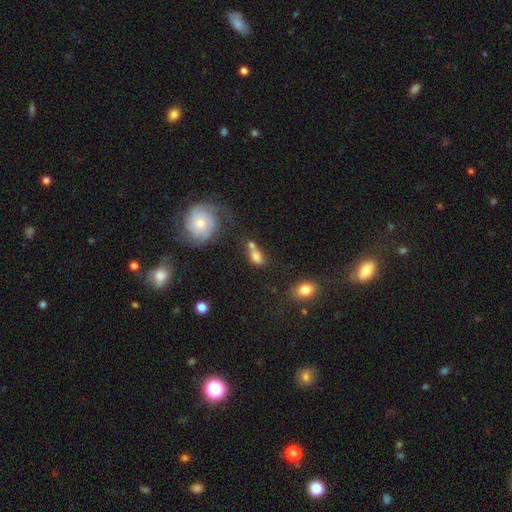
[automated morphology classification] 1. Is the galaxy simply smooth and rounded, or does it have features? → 62% smooth, 27% featured or disk, 11% star or artifact.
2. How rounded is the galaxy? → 74% in between, 18% round, 8% cigar-shaped.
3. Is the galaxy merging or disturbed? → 36% none, 33% merger, 18% minor disturbance, 14% major disturbance.